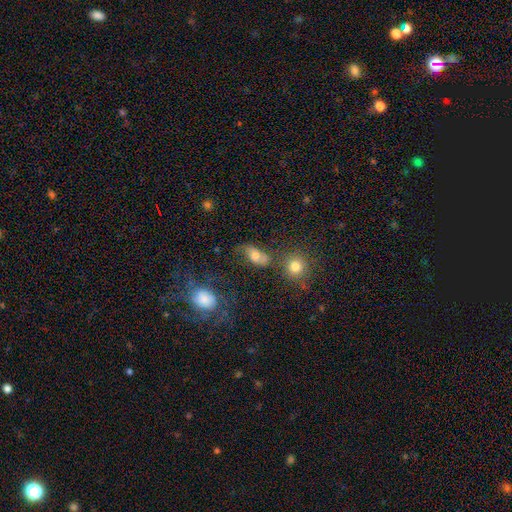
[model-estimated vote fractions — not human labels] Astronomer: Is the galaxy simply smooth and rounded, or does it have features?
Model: smooth — 63%.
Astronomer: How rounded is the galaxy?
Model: in between — 78%.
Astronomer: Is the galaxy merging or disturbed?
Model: none — 48%.